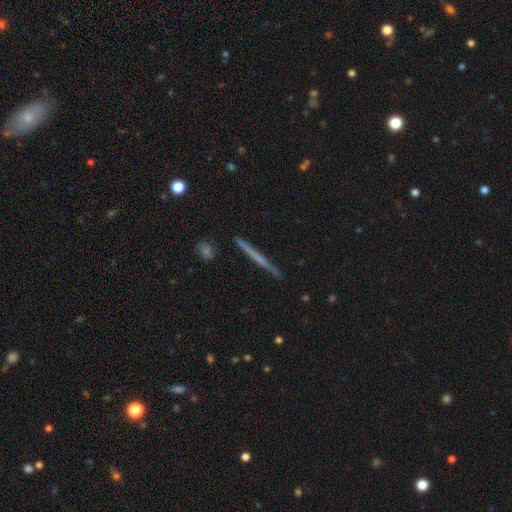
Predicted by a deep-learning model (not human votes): Overall: featured or disk (54%; smooth 40%). Edge-on disk: yes (98%). Edge-on bulge: none (81%). Merging: none (91%).